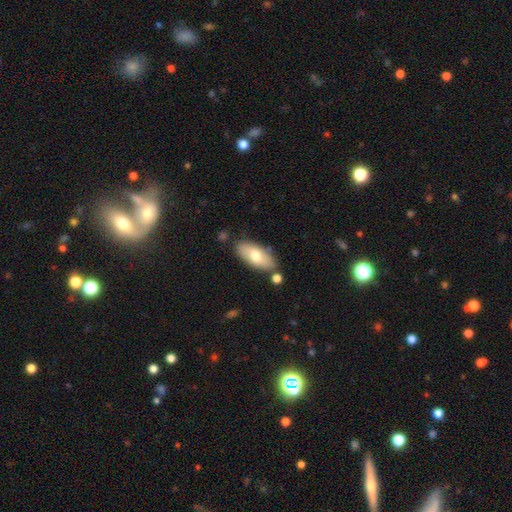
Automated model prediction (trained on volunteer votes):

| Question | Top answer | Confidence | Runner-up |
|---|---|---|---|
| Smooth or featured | smooth | 71% | featured or disk (23%) |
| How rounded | in between | 87% | cigar-shaped (11%) |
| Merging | none | 77% | minor disturbance (13%) |